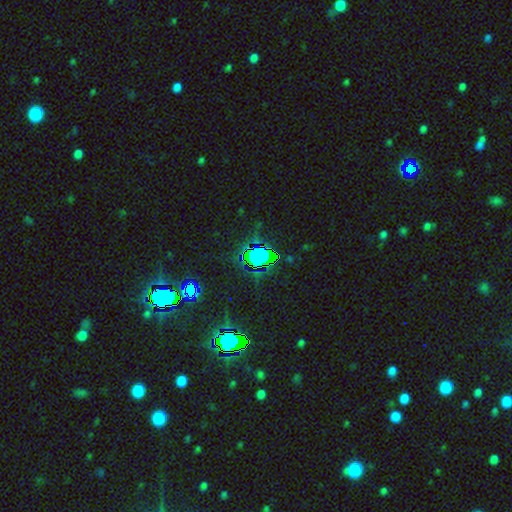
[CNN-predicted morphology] Smooth or featured?
  - star or artifact: 75% *
  - smooth: 16%
  - featured or disk: 9%